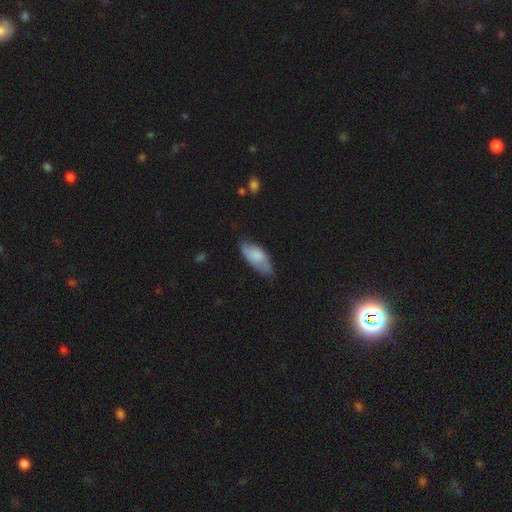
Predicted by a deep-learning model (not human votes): Smooth or featured: smooth — 77% (featured or disk — 17%)
How rounded: in between — 87% (cigar-shaped — 11%)
Merging: none — 56% (minor disturbance — 34%)